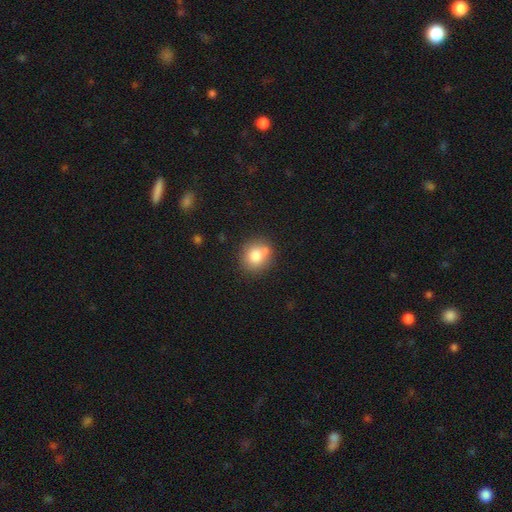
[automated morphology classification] A smooth galaxy with no disk features (78%) that is round (80%). Merging: none (65%).